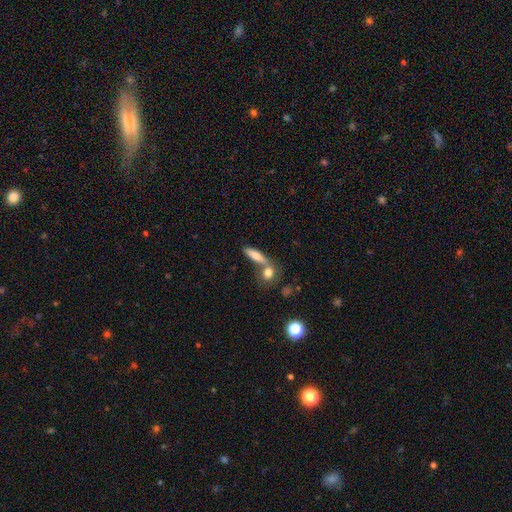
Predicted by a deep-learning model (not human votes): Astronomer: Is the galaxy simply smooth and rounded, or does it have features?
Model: smooth — 75%.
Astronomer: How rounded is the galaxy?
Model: cigar-shaped — 52% (runner-up: in between, 39%).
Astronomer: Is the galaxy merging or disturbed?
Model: none — 49% (runner-up: merger, 36%).